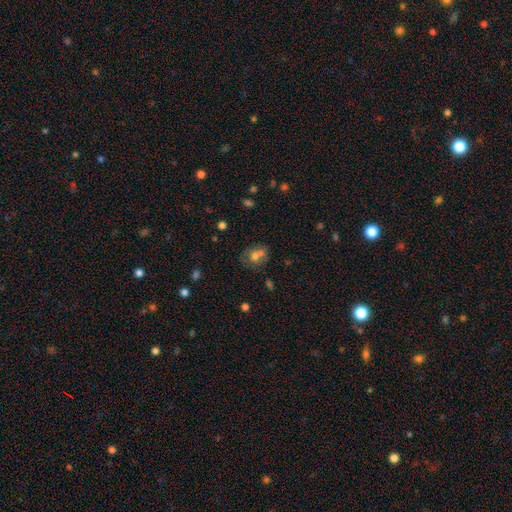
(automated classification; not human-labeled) smooth 67%, featured or disk 19%, star or artifact 14%. Down the decision tree: how rounded — round (69%); merging — merger (43%).